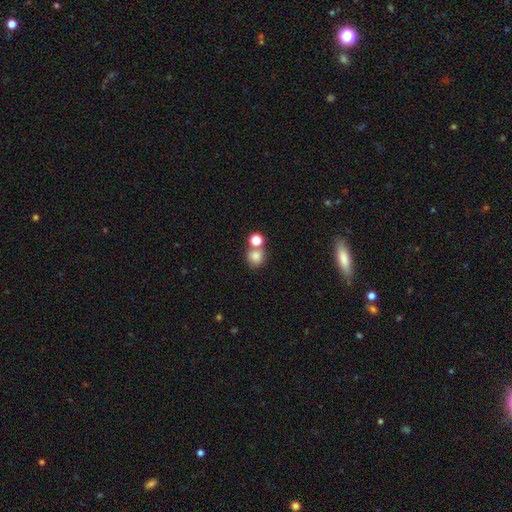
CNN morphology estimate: smooth-or-featured: smooth: 80% | star or artifact: 12% | featured or disk: 8%
  how-rounded: round: 85% | in between: 14% | cigar-shaped: 1%
  merging: none: 54% | merger: 33% | minor disturbance: 9% | major disturbance: 4%